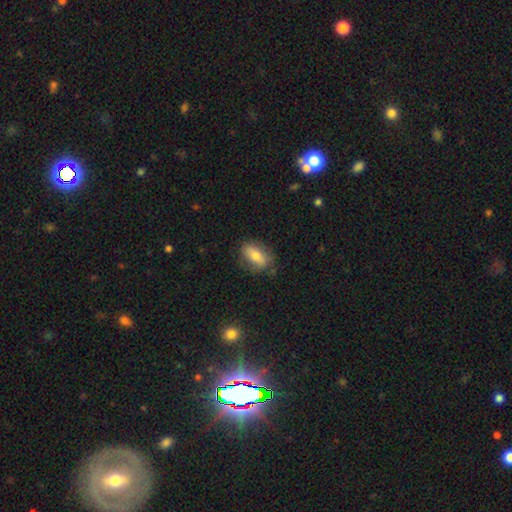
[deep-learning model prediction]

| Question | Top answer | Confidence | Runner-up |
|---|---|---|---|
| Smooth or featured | smooth | 70% | featured or disk (22%) |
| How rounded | in between | 81% | cigar-shaped (13%) |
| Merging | none | 74% | minor disturbance (19%) |